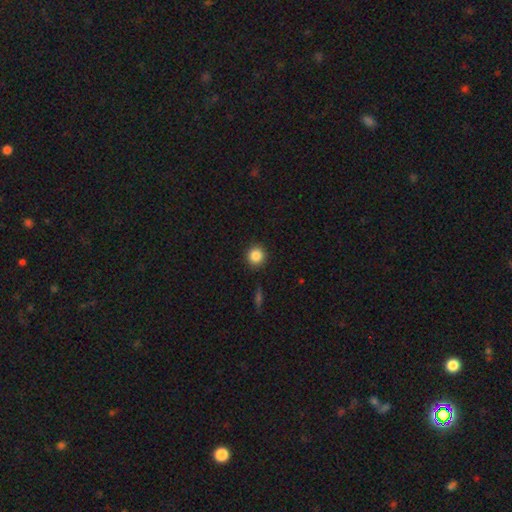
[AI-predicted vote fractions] smooth 86%, star or artifact 10%, featured or disk 4%. Down the decision tree: how rounded — round (91%); merging — none (91%).